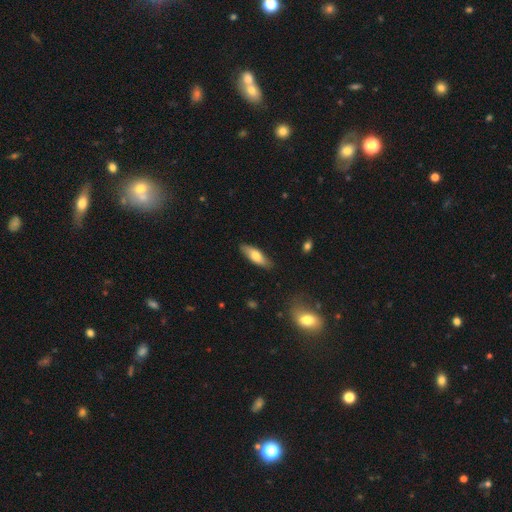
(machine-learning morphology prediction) This is likely a smooth galaxy (70%). How rounded: possibly in between (54%). Merging: clearly none (84%).